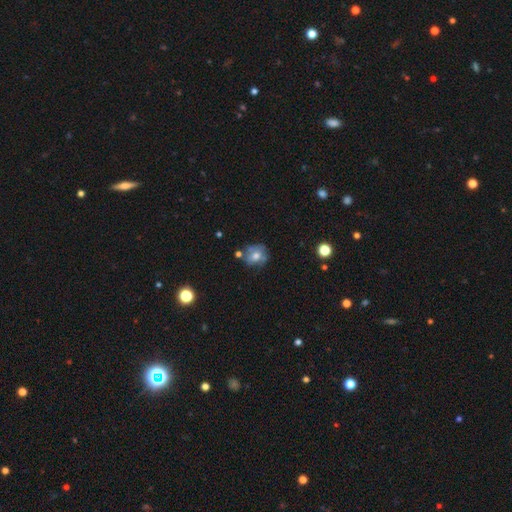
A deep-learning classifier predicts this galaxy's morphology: This is possibly a smooth galaxy (57%). How rounded: likely round (67%). Merging: possibly none (54%).